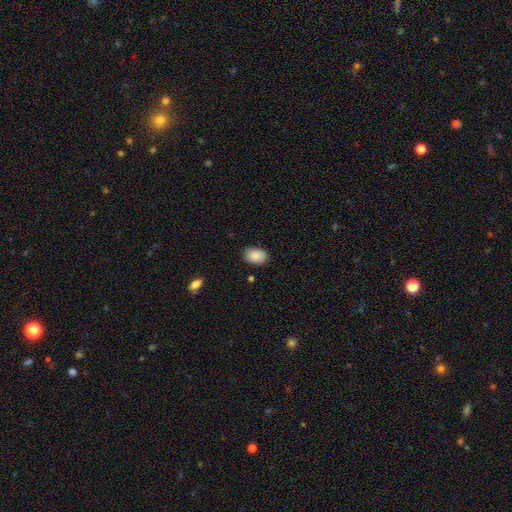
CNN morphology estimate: Smooth or featured: smooth — 86% (star or artifact — 7%)
How rounded: in between — 84% (round — 15%)
Merging: none — 84% (minor disturbance — 12%)